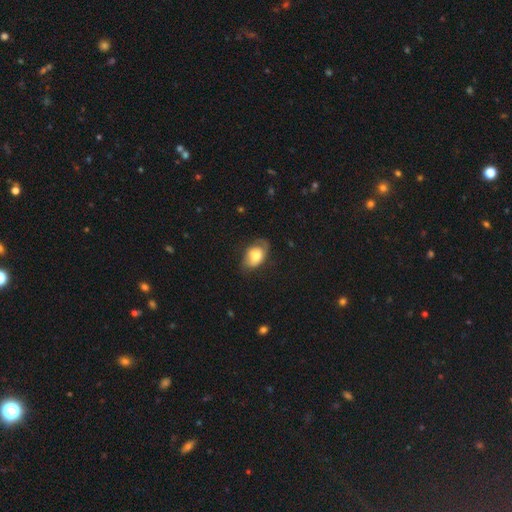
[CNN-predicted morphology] A smooth galaxy with no disk features (63%) that is in between round and cigar-shaped (85%).

Vote fractions:
- Smooth or featured? smooth: 63% / featured or disk: 29% / star or artifact: 8%
- How rounded? in between: 85% / round: 14% / cigar-shaped: 1%
- Merging? none: 48% / minor disturbance: 33% / major disturbance: 17% / merger: 2%